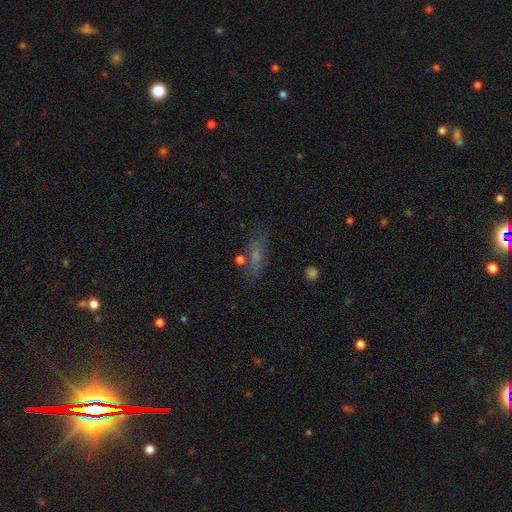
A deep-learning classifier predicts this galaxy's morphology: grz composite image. It shows a smooth galaxy with no disk features (50%) that is in between round and cigar-shaped (50%). Merging: none (69%).